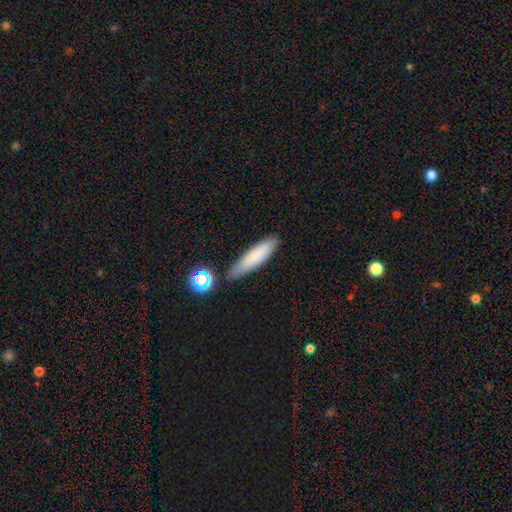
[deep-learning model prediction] Smooth or featured? smooth (79%)
How rounded? cigar-shaped (72%)
Merging? none (80%)